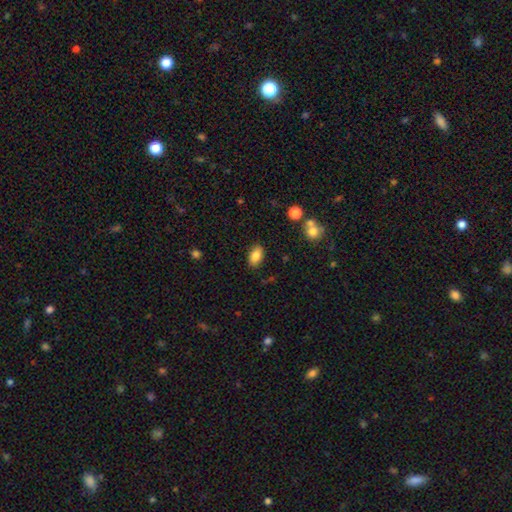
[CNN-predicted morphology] Smooth or featured? smooth (85%)
How rounded? in between (91%)
Merging? none (85%)